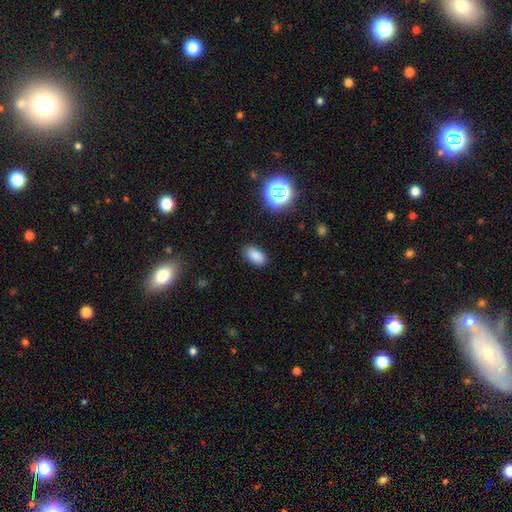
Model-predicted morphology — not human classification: This is clearly a smooth galaxy (83%). How rounded: clearly in between (92%). Merging: clearly none (83%).